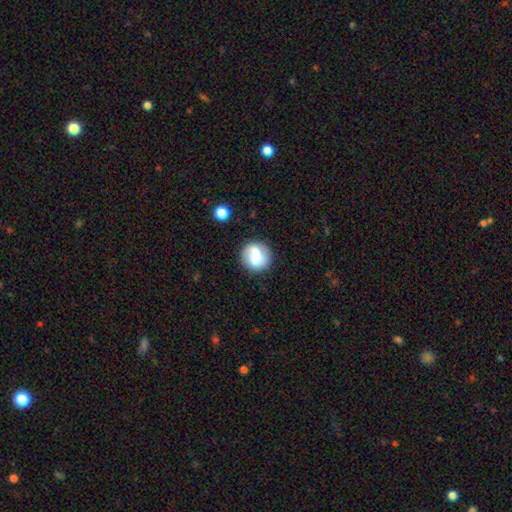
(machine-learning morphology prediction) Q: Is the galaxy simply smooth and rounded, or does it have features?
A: smooth — 57%.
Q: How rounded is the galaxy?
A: round — 85%.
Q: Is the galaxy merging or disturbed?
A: none — 80%.